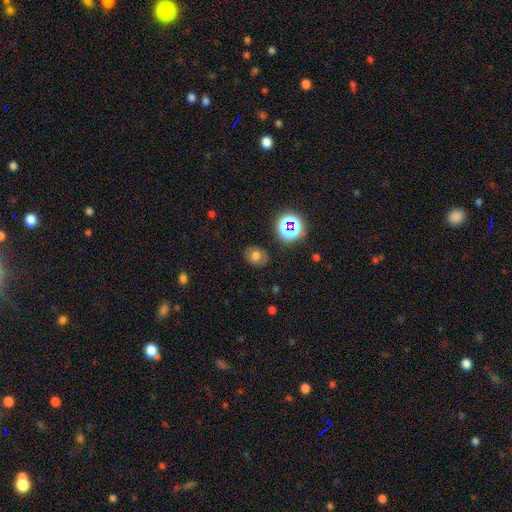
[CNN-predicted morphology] Smooth or featured? Predicted: smooth (p=0.66). How rounded? Predicted: round (p=0.51). Merging? Predicted: none (p=0.83).